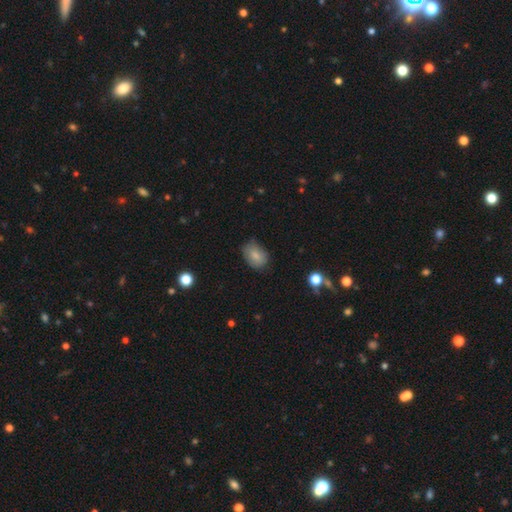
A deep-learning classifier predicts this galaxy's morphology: Smooth or featured? smooth (82%)
How rounded? in between (78%)
Merging? none (71%)